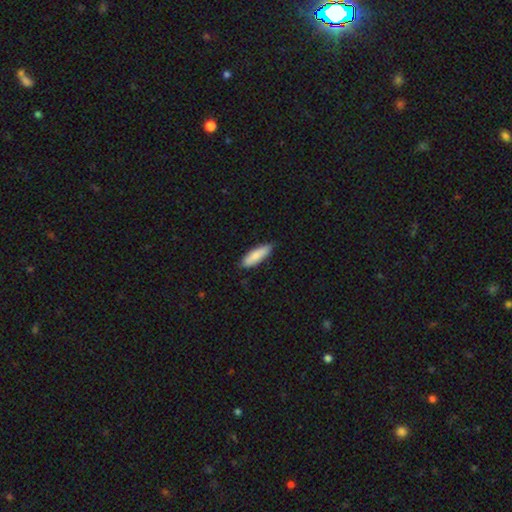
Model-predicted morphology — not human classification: smooth_or_featured: smooth (p=0.84) [alt: featured or disk p=0.10]
how_rounded: cigar-shaped (p=0.54) [alt: in between p=0.44]
merging: none (p=0.86) [alt: minor disturbance p=0.12]